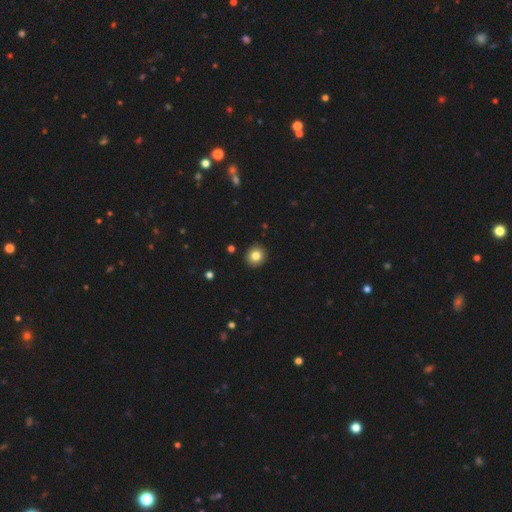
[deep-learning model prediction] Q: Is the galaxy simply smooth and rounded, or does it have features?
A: smooth — 82%.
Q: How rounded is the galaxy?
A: round — 90%.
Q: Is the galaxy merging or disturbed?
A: none — 92%.